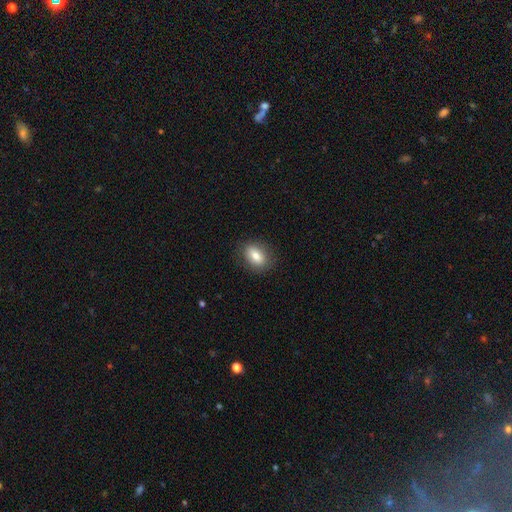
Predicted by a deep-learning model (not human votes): A smooth galaxy with no disk features (80%) that is in between round and cigar-shaped (78%). Merging: none (84%).